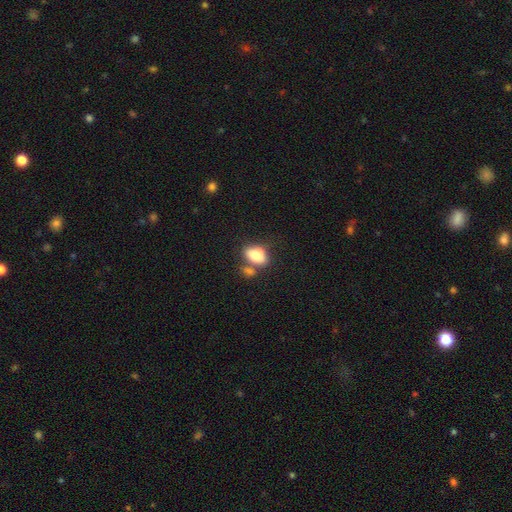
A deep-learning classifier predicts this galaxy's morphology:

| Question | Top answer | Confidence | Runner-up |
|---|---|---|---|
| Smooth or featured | smooth | 81% | featured or disk (11%) |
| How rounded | in between | 84% | round (14%) |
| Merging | none | 47% | merger (31%) |